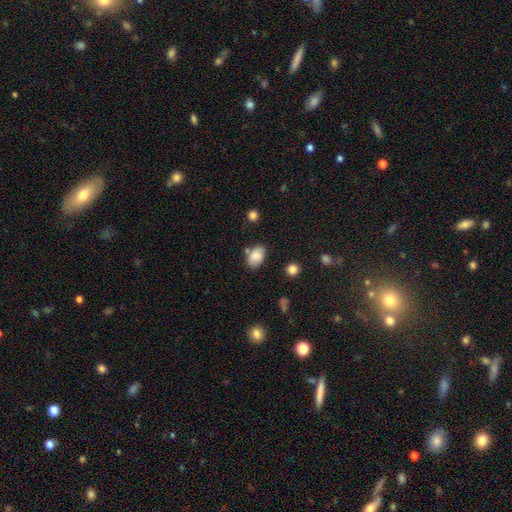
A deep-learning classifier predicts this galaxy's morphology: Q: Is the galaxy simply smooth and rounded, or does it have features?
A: smooth — 82%.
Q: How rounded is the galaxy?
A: in between — 86%.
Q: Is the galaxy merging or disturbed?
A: none — 70%.